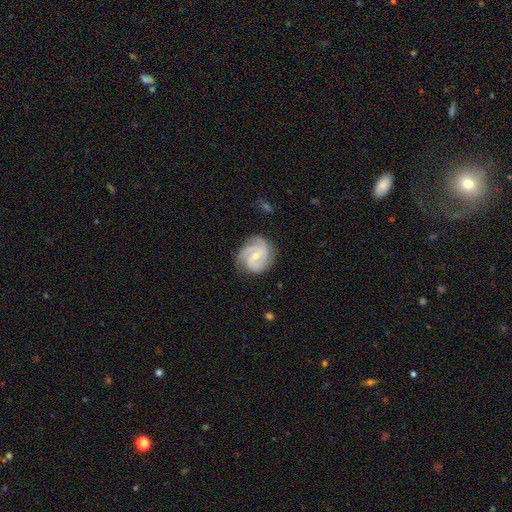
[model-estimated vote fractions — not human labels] smooth_or_featured: featured or disk (p=0.83) [alt: smooth p=0.12]
disk_edge_on: no (p=0.98) [alt: yes p=0.02]
bar: weak (p=0.51) [alt: no p=0.35]
has_spiral_arms: yes (p=0.97) [alt: no p=0.03]
spiral_winding: tight (p=0.45) [alt: medium p=0.44]
spiral_arm_count: 3 (p=0.42) [alt: 2 p=0.33]
bulge_size: small (p=0.61) [alt: moderate p=0.35]
merging: none (p=0.74) [alt: minor disturbance p=0.19]